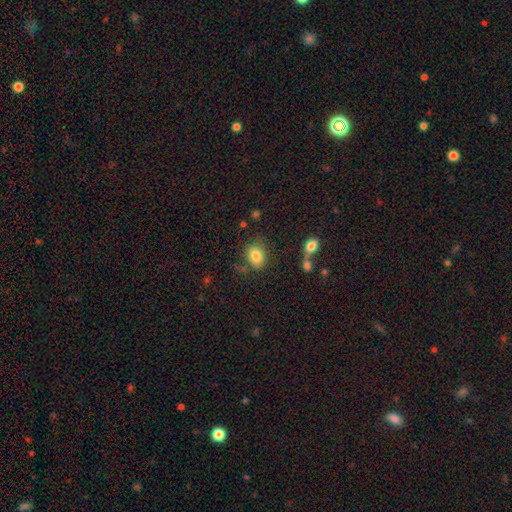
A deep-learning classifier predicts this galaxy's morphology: A smooth galaxy with no disk features (83%) that is in between round and cigar-shaped (56%).

Vote fractions:
- Smooth or featured? smooth: 83% / star or artifact: 10% / featured or disk: 8%
- How rounded? in between: 56% / round: 42% / cigar-shaped: 1%
- Merging? none: 73% / minor disturbance: 15% / merger: 7% / major disturbance: 5%